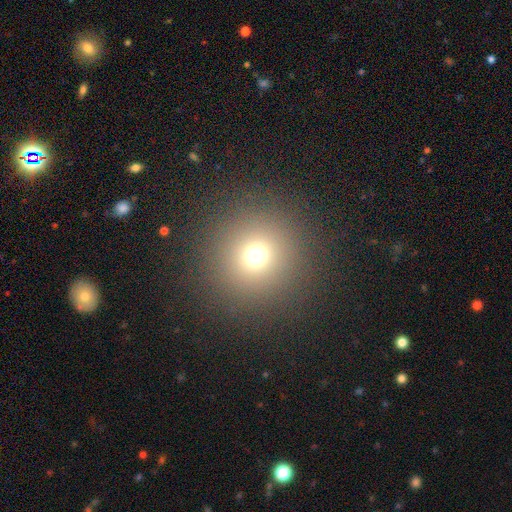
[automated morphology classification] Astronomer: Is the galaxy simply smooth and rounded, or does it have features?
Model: smooth — 69%.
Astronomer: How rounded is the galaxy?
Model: round — 95%.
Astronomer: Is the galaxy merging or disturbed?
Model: none — 89%.